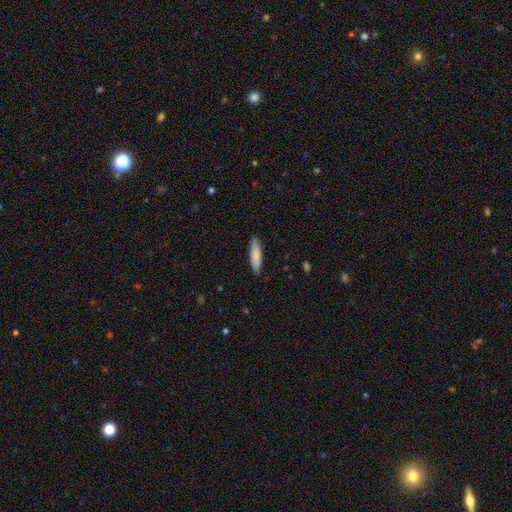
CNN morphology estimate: A smooth galaxy with no disk features (82%) that is cigar-shaped (69%). Merging: none (88%).